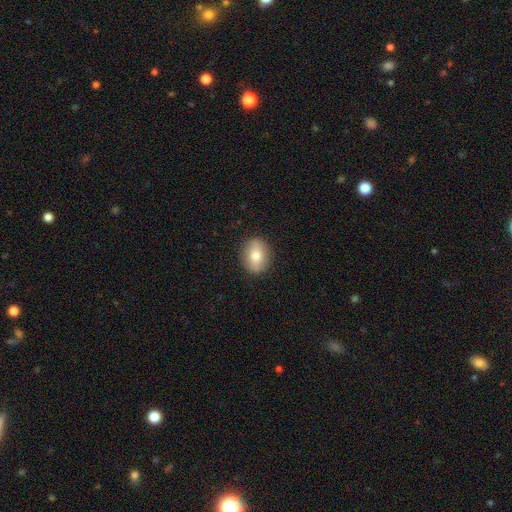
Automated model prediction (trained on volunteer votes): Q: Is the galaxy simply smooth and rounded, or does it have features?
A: smooth — 68%.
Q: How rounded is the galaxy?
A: in between — 59%.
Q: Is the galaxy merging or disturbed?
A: none — 88%.